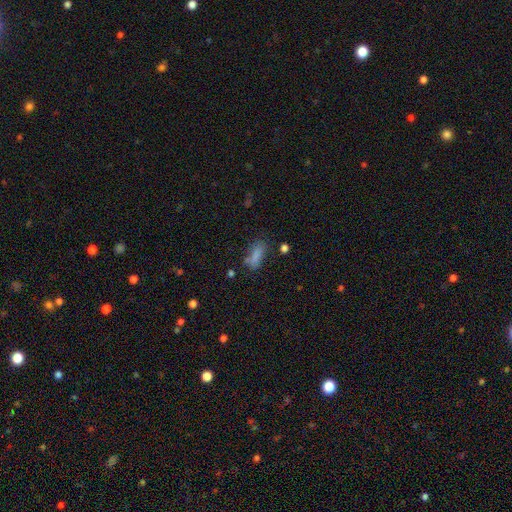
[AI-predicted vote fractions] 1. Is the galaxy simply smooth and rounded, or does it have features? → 80% smooth, 11% star or artifact, 9% featured or disk.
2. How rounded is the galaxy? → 72% in between, 25% cigar-shaped, 3% round.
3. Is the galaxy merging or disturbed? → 59% none, 23% minor disturbance, 10% major disturbance, 8% merger.